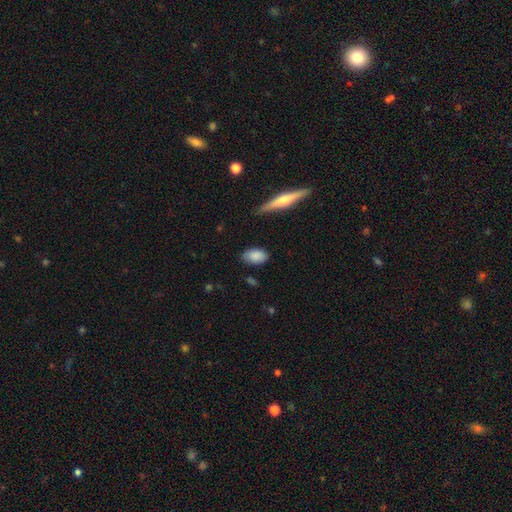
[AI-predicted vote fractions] smooth-or-featured: smooth: 85% | featured or disk: 8% | star or artifact: 7%
  how-rounded: in between: 92% | round: 5% | cigar-shaped: 3%
  merging: none: 78% | minor disturbance: 17% | major disturbance: 3% | merger: 2%